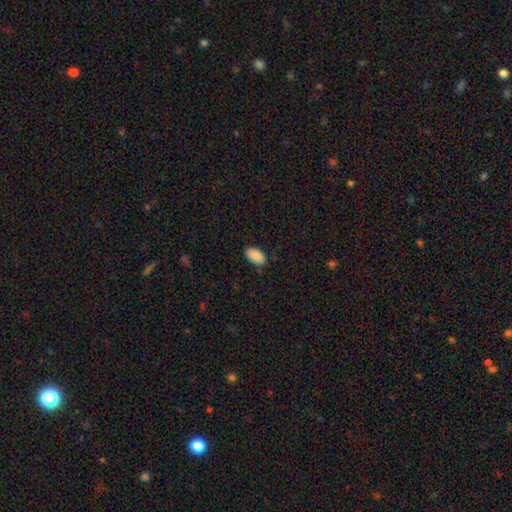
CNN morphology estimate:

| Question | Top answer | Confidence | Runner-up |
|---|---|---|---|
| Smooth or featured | smooth | 90% | star or artifact (7%) |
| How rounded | in between | 94% | round (4%) |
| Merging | none | 83% | minor disturbance (13%) |